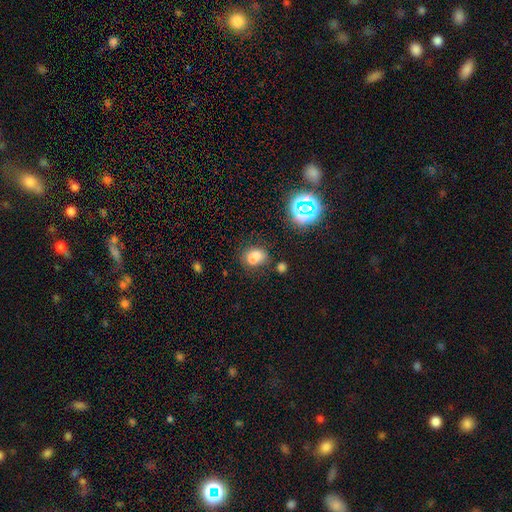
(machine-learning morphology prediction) Smooth or featured? Predicted: smooth (p=0.69). How rounded? Predicted: in between (p=0.53). Merging? Predicted: merger (p=0.40, tied with none).